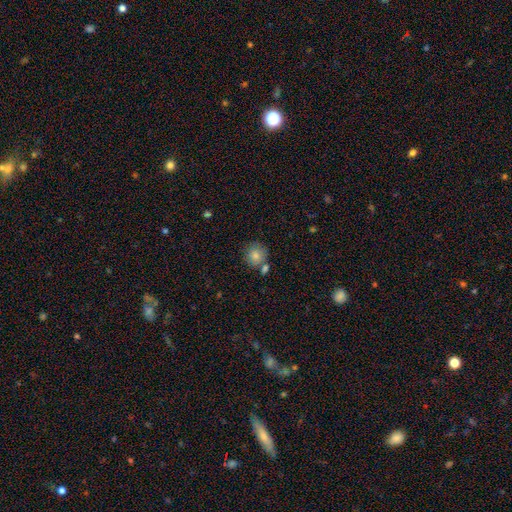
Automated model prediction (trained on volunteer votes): The model was most divided on "merging": none: 63%, merger: 19%, minor disturbance: 14%, major disturbance: 4%. More confident: how rounded — round (85%); smooth or featured — smooth (83%).